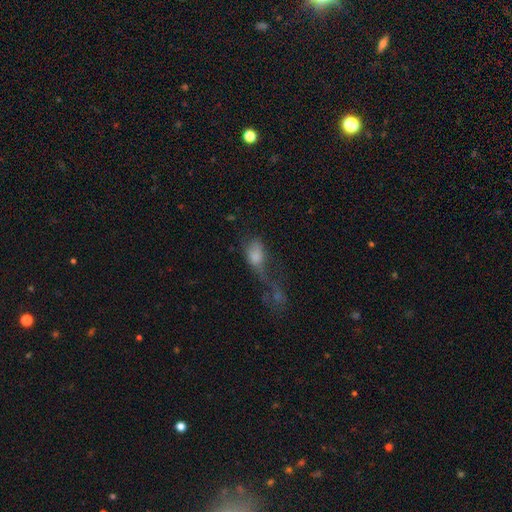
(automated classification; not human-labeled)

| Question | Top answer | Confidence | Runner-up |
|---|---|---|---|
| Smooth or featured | smooth | 67% | featured or disk (22%) |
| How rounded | in between | 84% | round (10%) |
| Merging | major disturbance | 46% | merger (31%) |